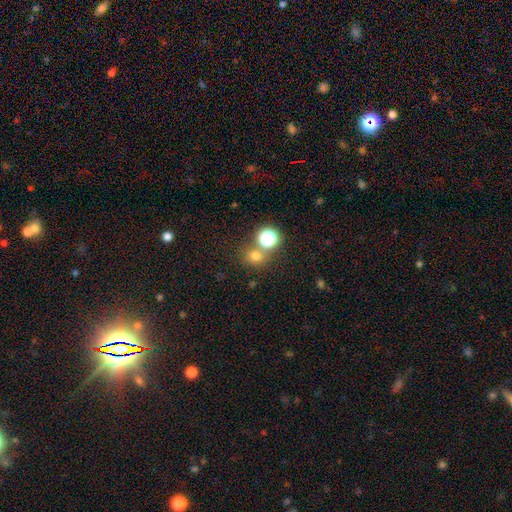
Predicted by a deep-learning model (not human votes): Morphology: type=smooth (69%); roundness=round (83%); merging=none (67%).